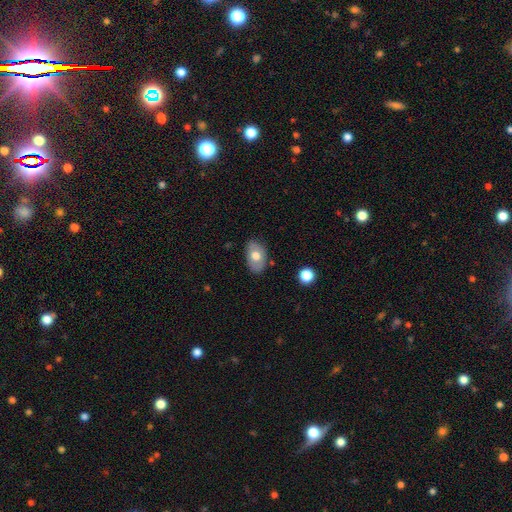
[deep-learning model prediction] This appears to be a smooth galaxy with no disk features (66%) that is in between round and cigar-shaped (88%). Merging: none (79%).